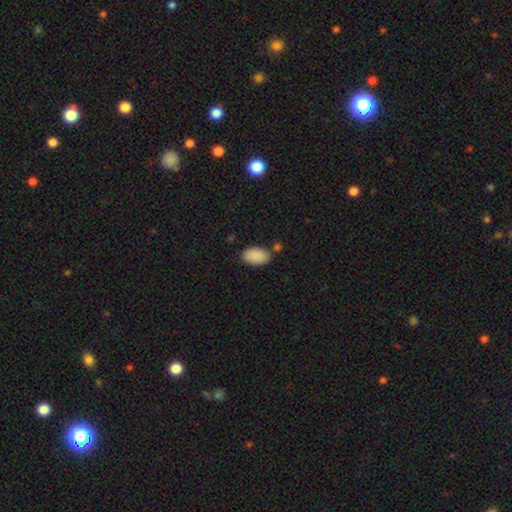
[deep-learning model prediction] Overall: smooth (90%). How rounded: in between (95%). Merging: none (79%).